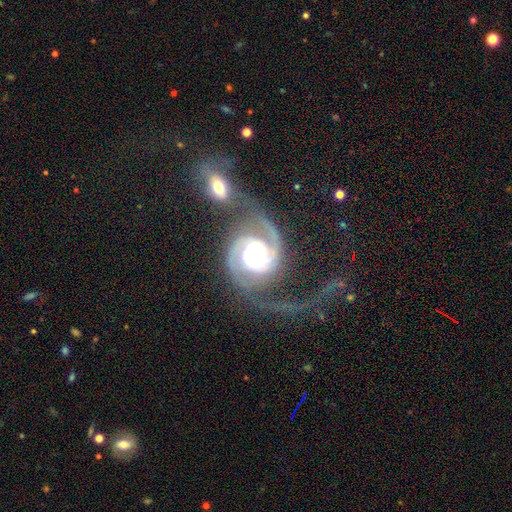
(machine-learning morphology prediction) A featured or disk galaxy (90%) with no bar (55%), 2 (87%) medium (47%) spiral arms (98%) and a large central bulge (52%). Merging: none (41%).